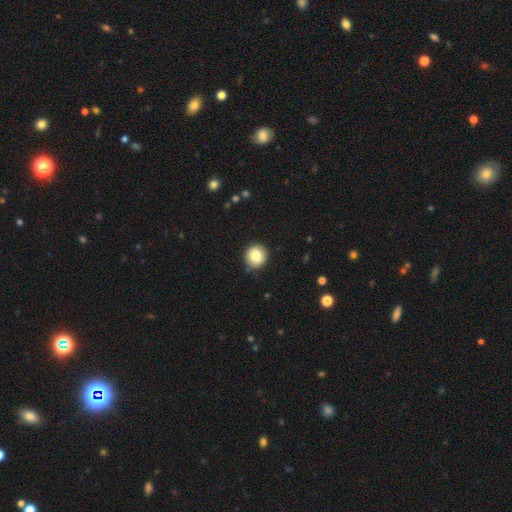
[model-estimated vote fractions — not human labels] This appears to be a smooth galaxy with no disk features (83%) that is round (90%). Merging: none (87%).